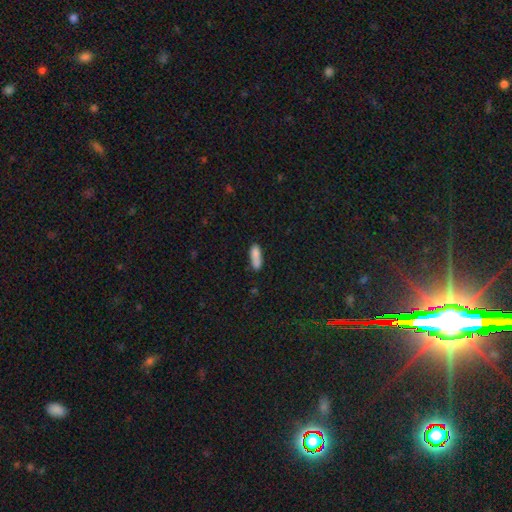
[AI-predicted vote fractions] This is clearly a smooth galaxy (83%). How rounded: possibly in between (51%). Merging: likely none (62%).